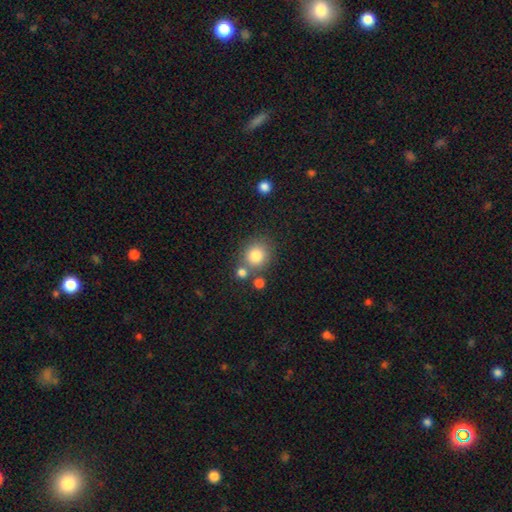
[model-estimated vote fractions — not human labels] This is clearly a smooth galaxy (82%). How rounded: clearly round (84%). Merging: likely none (69%).